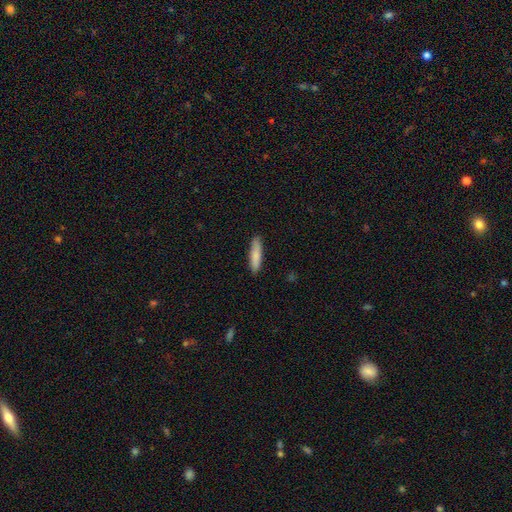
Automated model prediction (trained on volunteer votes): Smooth or featured?
  - smooth: 83% *
  - featured or disk: 11%
  - star or artifact: 6%
How rounded?
  - cigar-shaped: 80% *
  - in between: 19%
  - round: 1%
Merging?
  - none: 89% *
  - minor disturbance: 8%
  - major disturbance: 2%
  - merger: 1%